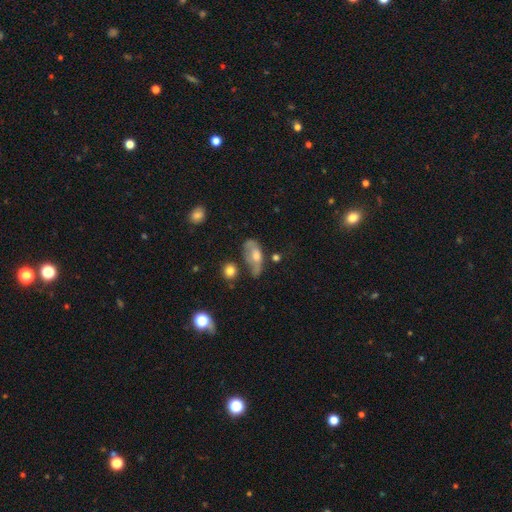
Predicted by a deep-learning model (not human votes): Morphology: type=smooth (48%); merging=none (35%).